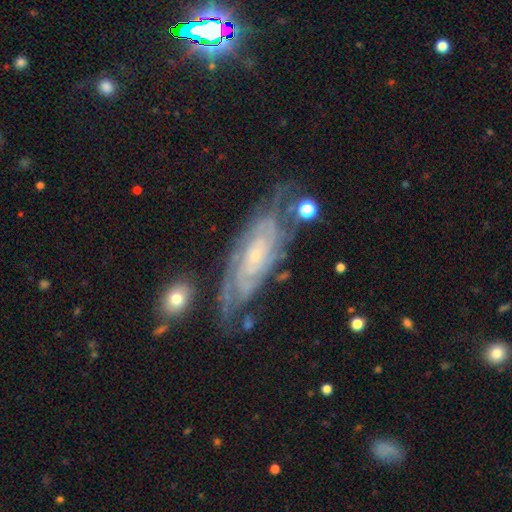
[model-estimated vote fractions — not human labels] smooth-or-featured: featured or disk: 84% | smooth: 8% | star or artifact: 8%
  disk-edge-on: no: 89% | yes: 11%
    bar: no: 64% | weak: 28% | strong: 8%
    has-spiral-arms: yes: 96% | no: 4%
      spiral-winding: tight: 73% | medium: 23% | loose: 5%
      spiral-arm-count: can't tell: 42% | 2: 21% | 3: 15% | 4: 11% | more than 4: 6% | 1: 5%
    bulge-size: small: 76% | moderate: 17% | none: 5% | large: 1% | dominant: 1%
  merging: none: 67% | minor disturbance: 20% | major disturbance: 8% | merger: 4%